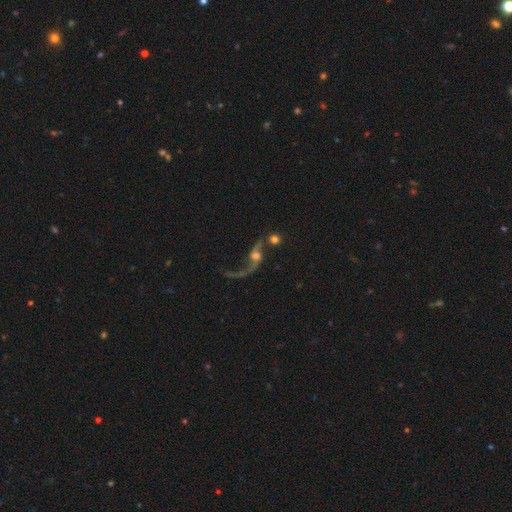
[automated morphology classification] Smooth or featured?
  - featured or disk: 77% *
  - smooth: 14%
  - star or artifact: 9%
Edge-on disk?
  - no: 93% *
  - yes: 7%
Bar?
  - no: 67% *
  - weak: 25%
  - strong: 8%
Spiral arms?
  - yes: 88% *
  - no: 12%
Spiral winding?
  - loose: 93% *
  - medium: 6%
  - tight: 2%
Spiral arm count?
  - 2: 76% *
  - 1: 19%
  - can't tell: 2%
  - 3: 1%
  - 4: 1%
  - more than 4: 1%
Bulge size?
  - moderate: 50% *
  - small: 24%
  - large: 16%
  - none: 6%
  - dominant: 4%
Merging?
  - none: 37% *
  - merger: 26%
  - major disturbance: 24%
  - minor disturbance: 13%